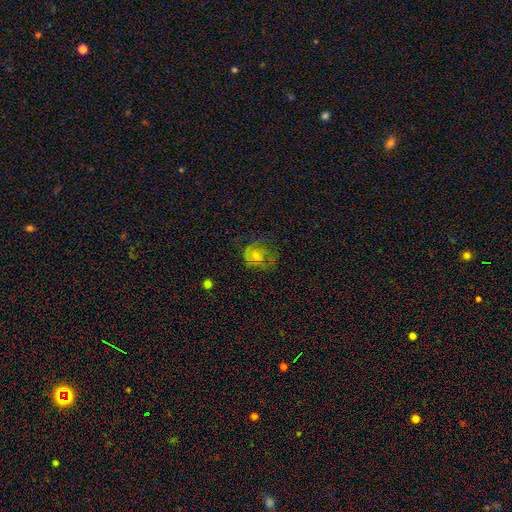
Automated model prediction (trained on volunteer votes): Smooth or featured: smooth — 53% (featured or disk — 36%)
How rounded: round — 65% (in between — 34%)
Merging: none — 44% (major disturbance — 29%)